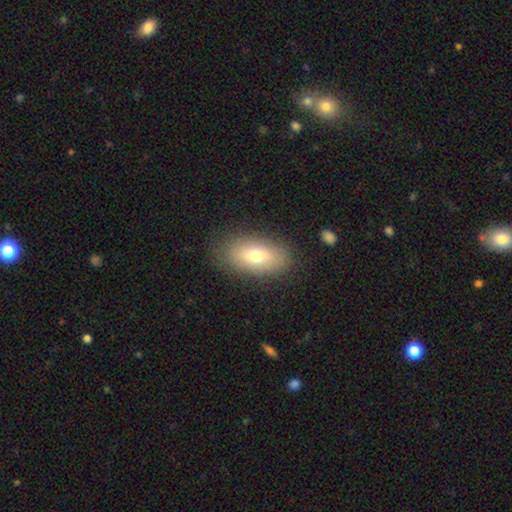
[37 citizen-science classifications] Q: Smooth or featured?
A: smooth (73%); runner-up: featured or disk (24%)
Q: How rounded?
A: in between (81%); runner-up: round (11%)
Q: Merging?
A: none (83%); runner-up: minor disturbance (11%)